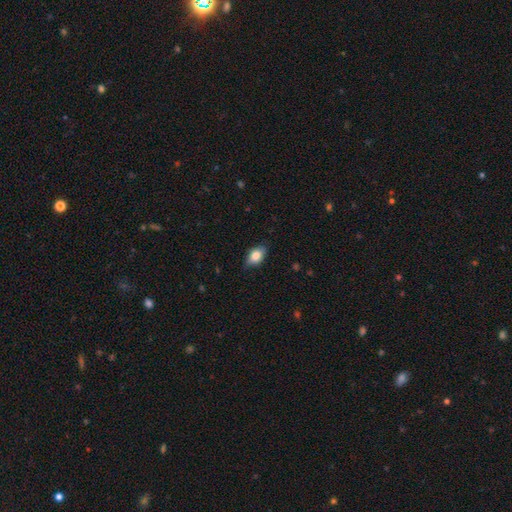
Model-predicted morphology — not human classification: smooth_or_featured: smooth (p=0.80) [alt: featured or disk p=0.13]
how_rounded: in between (p=0.86) [alt: round p=0.11]
merging: none (p=0.80) [alt: minor disturbance p=0.16]